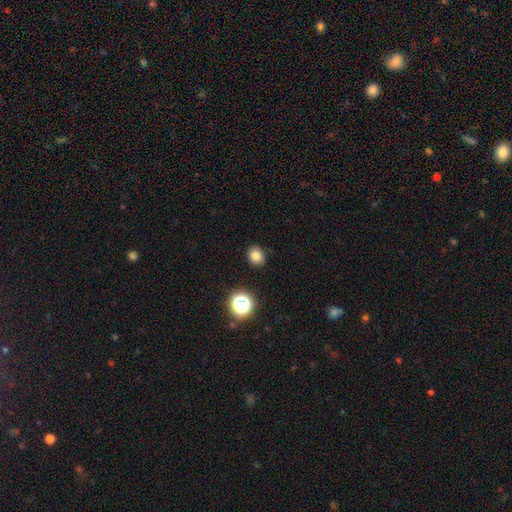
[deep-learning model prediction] A smooth galaxy with no disk features (80%) that is round (63%). Merging: none (89%).